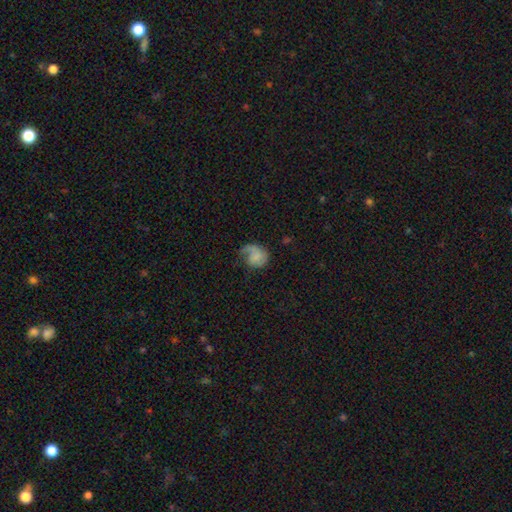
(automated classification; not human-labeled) featured or disk 48%, smooth 44%, star or artifact 8%. Down the decision tree: merging — none (41%).